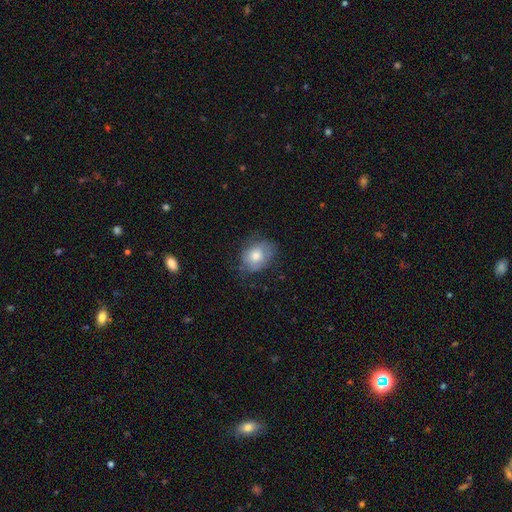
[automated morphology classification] Overall: smooth (68%). How rounded: in between (61%; round 38%). Merging: none (62%; minor disturbance 27%).